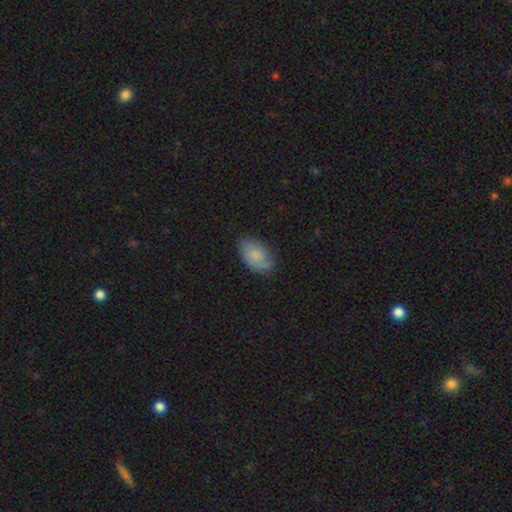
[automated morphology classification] Smooth or featured? smooth (72%)
How rounded? in between (91%)
Merging? none (68%)